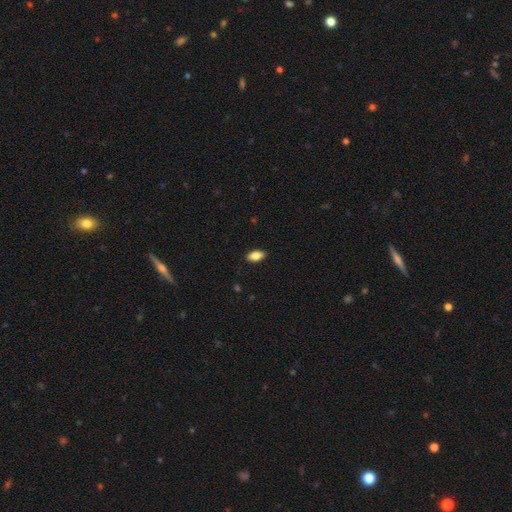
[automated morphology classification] Smooth or featured? smooth (83%)
How rounded? in between (90%)
Merging? none (89%)